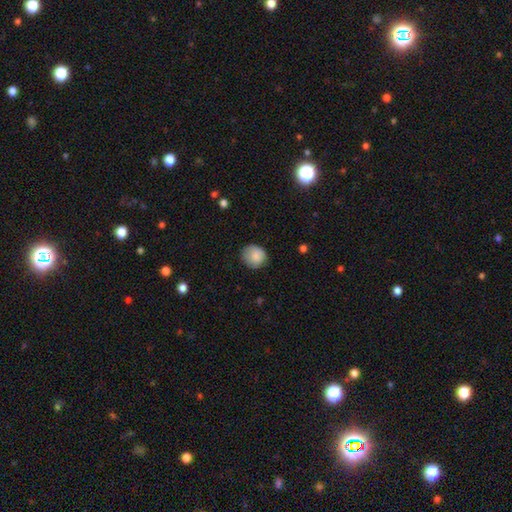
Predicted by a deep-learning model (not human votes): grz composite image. It shows a smooth galaxy with no disk features (85%) that is round (83%). Merging: none (73%).